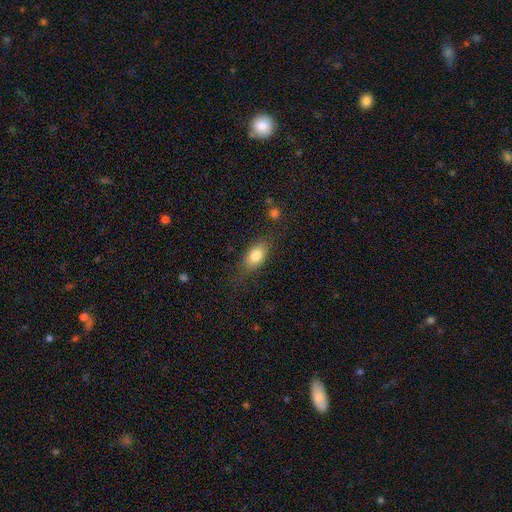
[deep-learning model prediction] Smooth or featured? Predicted: smooth (p=0.81). How rounded? Predicted: in between (p=0.86). Merging? Predicted: none (p=0.75).